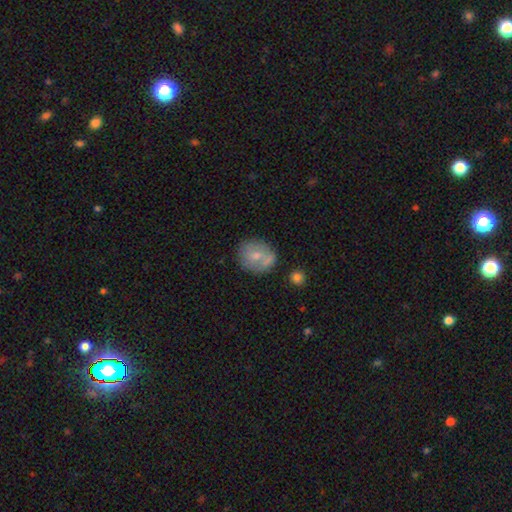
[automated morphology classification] Smooth or featured? Predicted: smooth (p=0.61). How rounded? Predicted: round (p=0.76). Merging? Predicted: none (p=0.58).